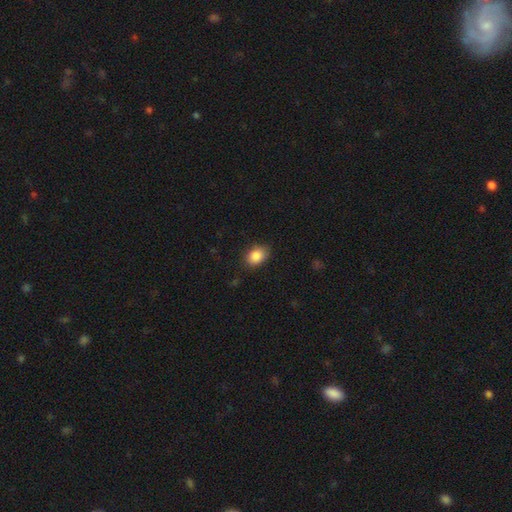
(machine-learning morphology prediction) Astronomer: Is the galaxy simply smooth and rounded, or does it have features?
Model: smooth — 88%.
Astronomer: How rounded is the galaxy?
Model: in between — 70%.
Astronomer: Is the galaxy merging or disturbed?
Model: none — 81%.